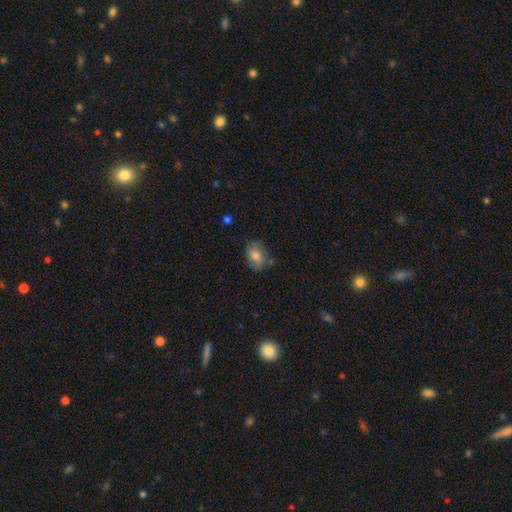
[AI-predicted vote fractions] This is likely a smooth galaxy (73%). How rounded: likely in between (74%). Merging: likely none (69%).